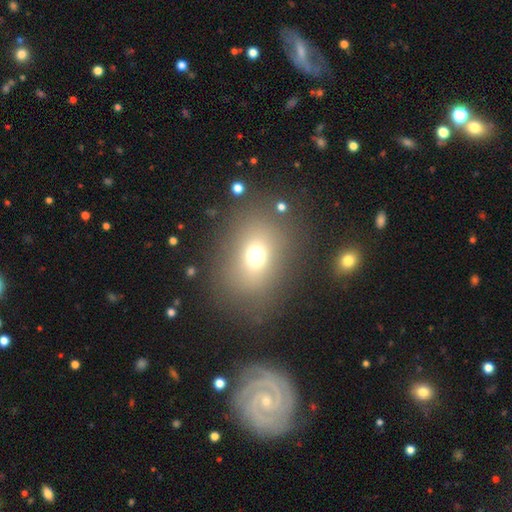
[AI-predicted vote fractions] Morphology: type=smooth (69%); roundness=in between (50%); merging=none (79%).